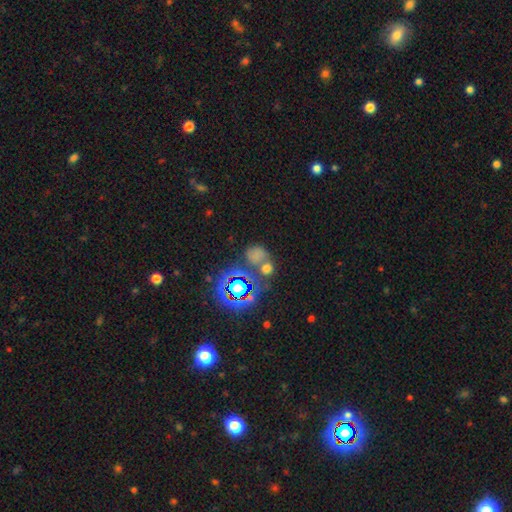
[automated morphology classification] smooth_or_featured: smooth (p=0.55) [alt: star or artifact p=0.33]
how_rounded: round (p=0.68) [alt: in between p=0.30]
merging: none (p=0.45) [alt: merger p=0.33]